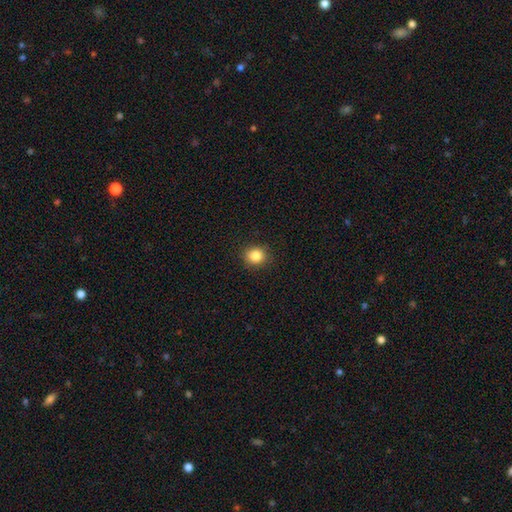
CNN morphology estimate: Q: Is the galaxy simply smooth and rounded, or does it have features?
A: smooth — 85%.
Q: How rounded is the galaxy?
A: round — 80%.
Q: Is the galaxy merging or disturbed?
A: none — 89%.